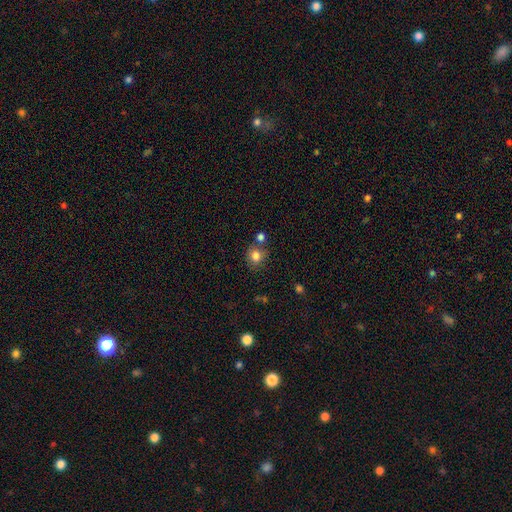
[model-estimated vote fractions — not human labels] A smooth galaxy with no disk features (82%) that is round (76%). Merging: none (65%).